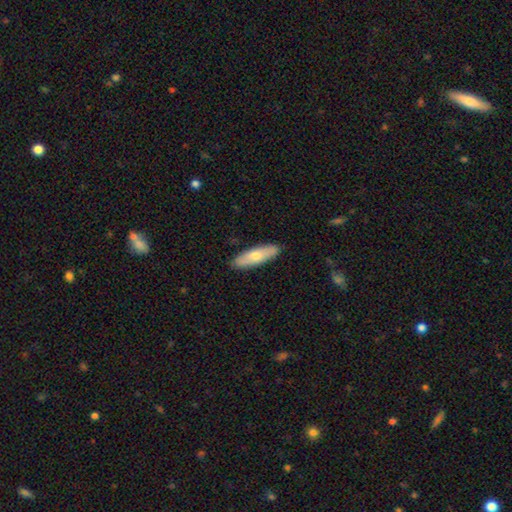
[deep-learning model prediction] Q: Smooth or featured?
A: smooth (64%); runner-up: featured or disk (31%)
Q: How rounded?
A: cigar-shaped (59%); runner-up: in between (39%)
Q: Merging?
A: none (89%); runner-up: minor disturbance (8%)